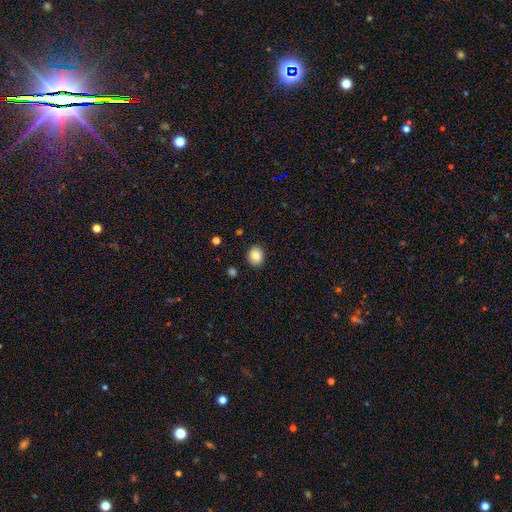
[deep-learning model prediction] Morphology: type=smooth (83%); roundness=round (72%); merging=none (89%).